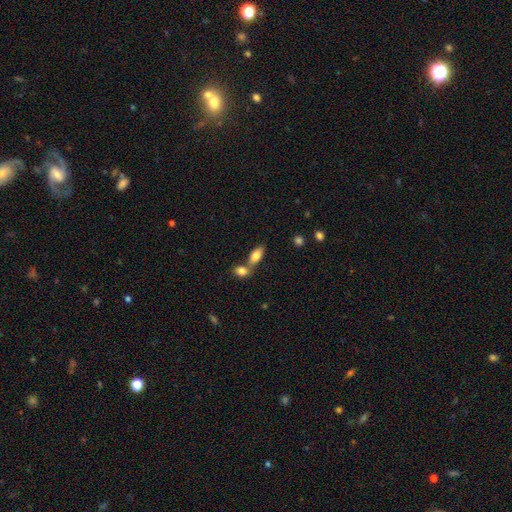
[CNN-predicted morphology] Smooth or featured? Predicted: smooth (p=0.82). How rounded? Predicted: in between (p=0.87). Merging? Predicted: none (p=0.46).